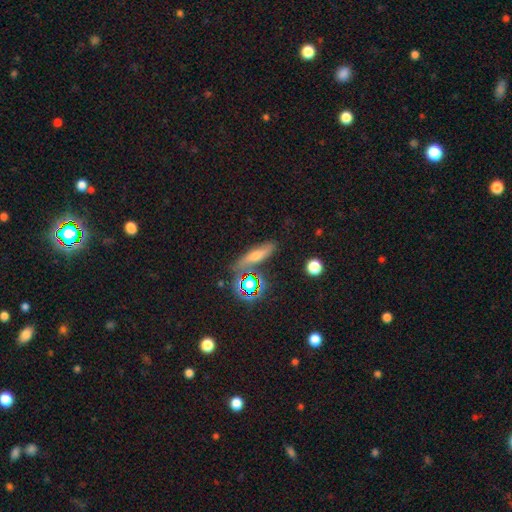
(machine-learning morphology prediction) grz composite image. It shows a smooth galaxy with no disk features (48%). Merging: none (76%).